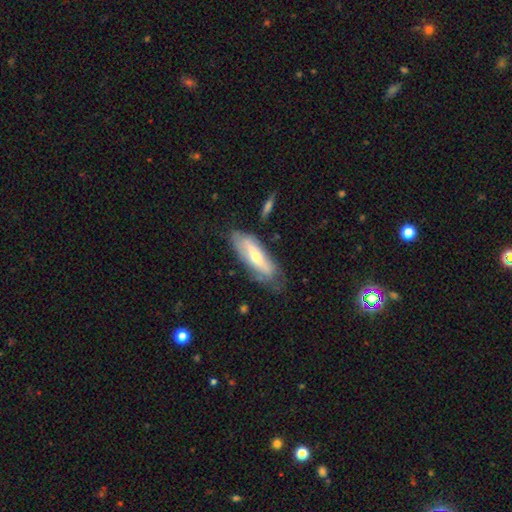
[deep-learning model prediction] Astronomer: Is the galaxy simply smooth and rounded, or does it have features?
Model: featured or disk — 54% (runner-up: smooth, 39%).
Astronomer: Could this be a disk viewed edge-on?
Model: no — 66%.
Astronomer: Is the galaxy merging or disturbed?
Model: none — 61%.